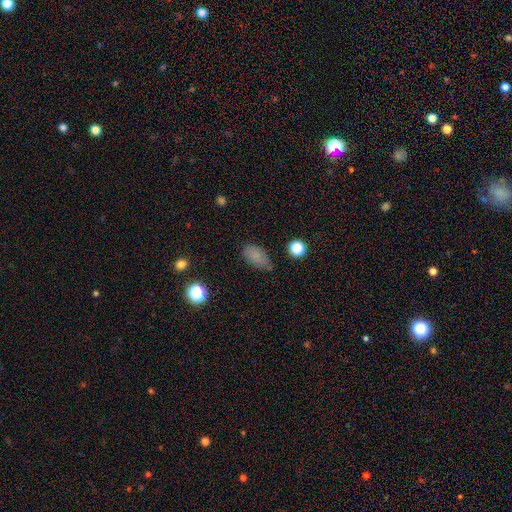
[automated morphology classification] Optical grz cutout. It shows a smooth galaxy with no disk features (80%) that is in between round and cigar-shaped (89%). Merging: none (60%).